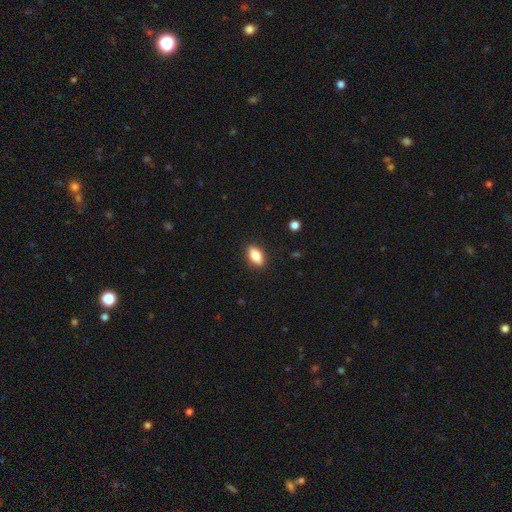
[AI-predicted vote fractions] Smooth or featured? Predicted: smooth (p=0.78). How rounded? Predicted: in between (p=0.85). Merging? Predicted: none (p=0.88).